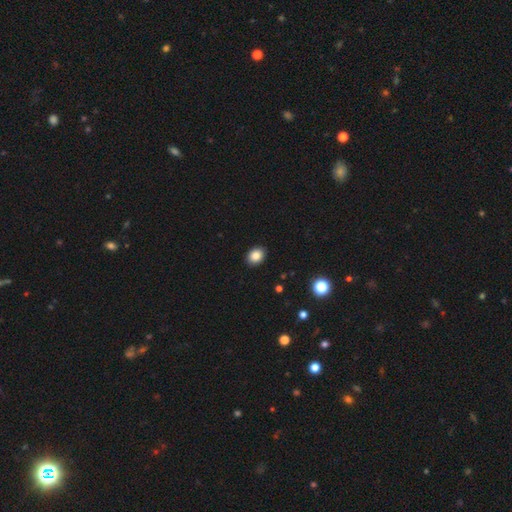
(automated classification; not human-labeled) A smooth galaxy with no disk features (86%) that is in between round and cigar-shaped (61%).

Vote fractions:
- Smooth or featured? smooth: 86% / star or artifact: 9% / featured or disk: 5%
- How rounded? in between: 61% / round: 38% / cigar-shaped: 1%
- Merging? none: 91% / minor disturbance: 6% / major disturbance: 2% / merger: 1%